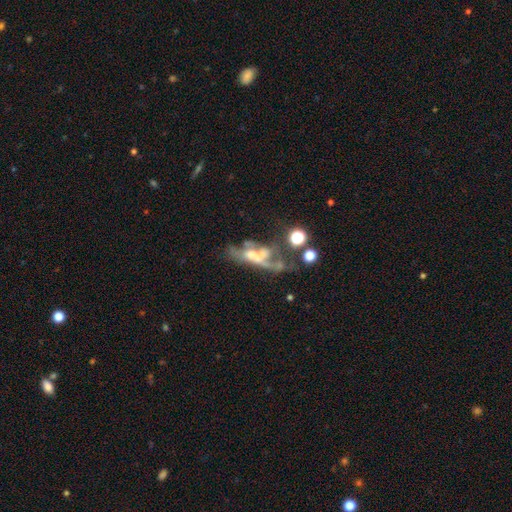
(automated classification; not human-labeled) This appears to be a featured or disk galaxy (57%). Merging: major disturbance (39%).